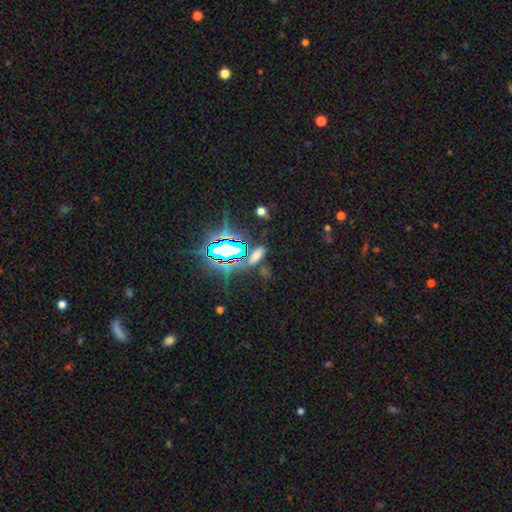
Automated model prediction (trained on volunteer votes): smooth 47%, star or artifact 42%, featured or disk 10%. Down the decision tree: merging — none (73%).